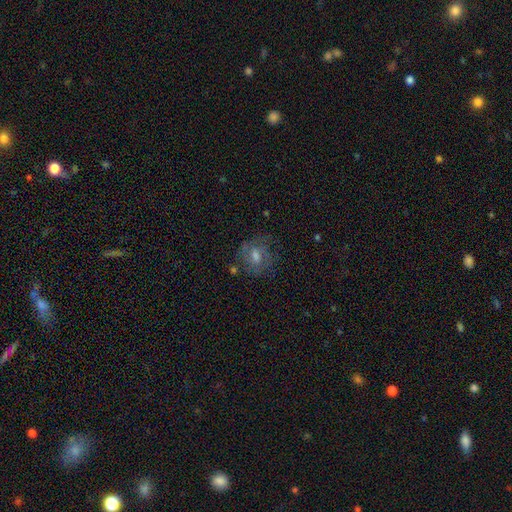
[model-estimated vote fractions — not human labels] This is possibly a featured or disk galaxy (58%). It is clearly not viewed edge-on (96%). Bar: possibly weak (51%). Spiral arm pattern: likely yes (79%). Central bulge: possibly moderate (53%). Merging: likely none (71%).